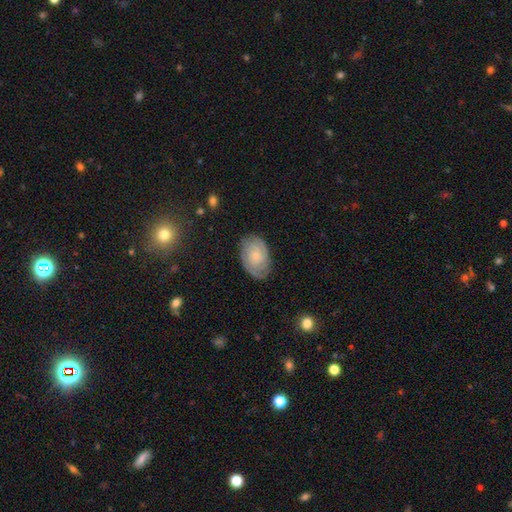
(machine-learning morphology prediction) featured or disk 59%, smooth 33%, star or artifact 8%. Down the decision tree: edge-on disk — no (96%); bar — no (79%); spiral arms — yes (85%); bulge size — small (75%); merging — none (78%).